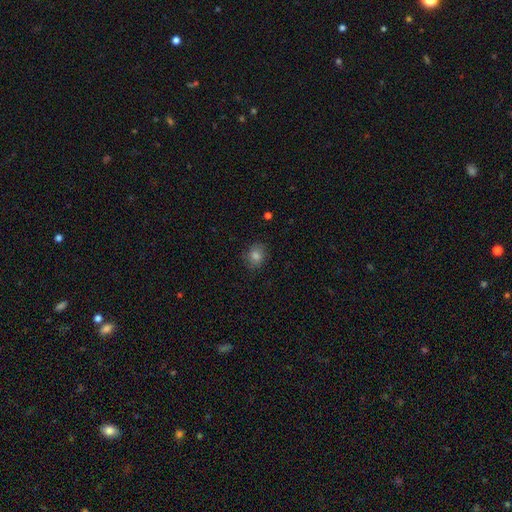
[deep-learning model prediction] A smooth galaxy with no disk features (80%) that is round (63%). Merging: none (85%).